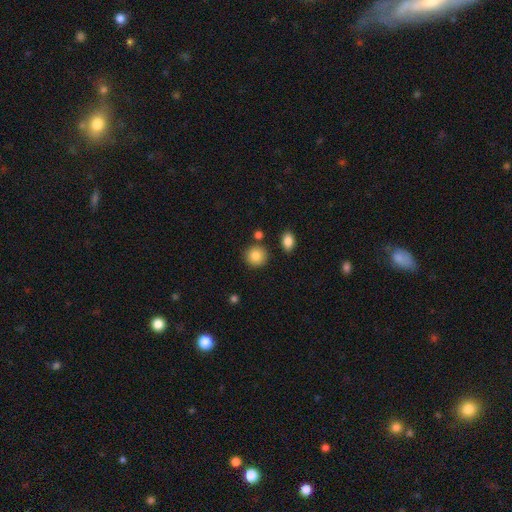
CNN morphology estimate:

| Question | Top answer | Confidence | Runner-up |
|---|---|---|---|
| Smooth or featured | smooth | 85% | star or artifact (9%) |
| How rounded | round | 90% | in between (9%) |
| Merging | none | 84% | minor disturbance (8%) |